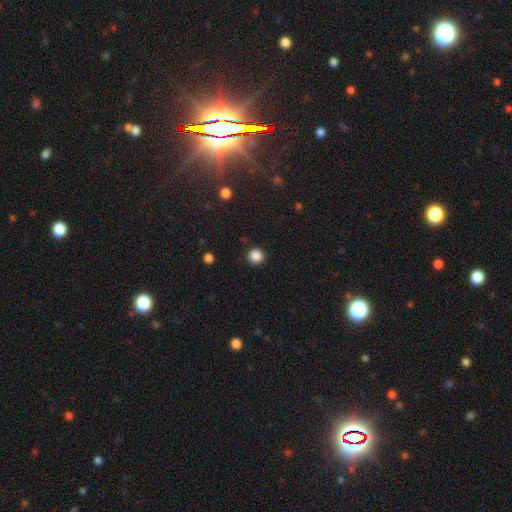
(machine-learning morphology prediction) The model was most divided on "smooth or featured": smooth: 87%, star or artifact: 11%, featured or disk: 3%. More confident: how rounded — round (95%); merging — none (92%).